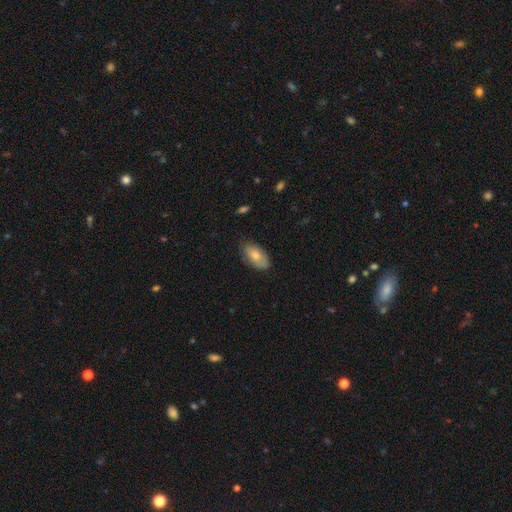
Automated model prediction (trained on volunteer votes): This is likely a smooth galaxy (75%). How rounded: clearly in between (94%). Merging: likely none (74%).